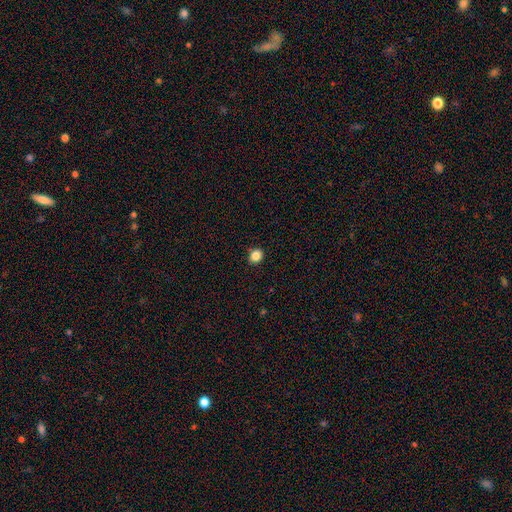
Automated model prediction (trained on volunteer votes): This is clearly a smooth galaxy (86%). How rounded: likely round (72%). Merging: clearly none (91%).